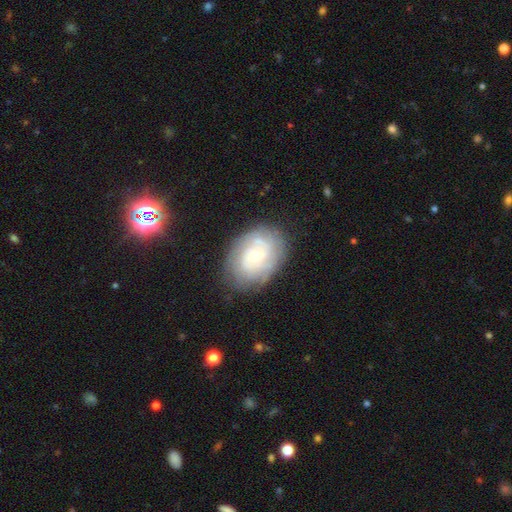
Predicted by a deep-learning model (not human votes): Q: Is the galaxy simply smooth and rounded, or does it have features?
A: featured or disk — 62%.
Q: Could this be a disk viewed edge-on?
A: no — 96%.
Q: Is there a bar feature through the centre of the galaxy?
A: no — 72%.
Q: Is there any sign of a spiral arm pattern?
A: yes — 79%.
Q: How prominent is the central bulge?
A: small — 62%.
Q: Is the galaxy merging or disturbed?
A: none — 75%.